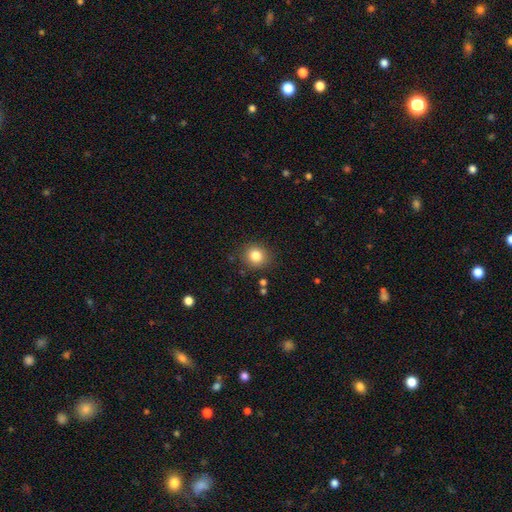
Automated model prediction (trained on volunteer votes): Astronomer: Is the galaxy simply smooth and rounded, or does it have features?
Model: smooth — 82%.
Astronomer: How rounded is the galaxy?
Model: round — 84%.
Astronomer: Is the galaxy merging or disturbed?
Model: none — 88%.